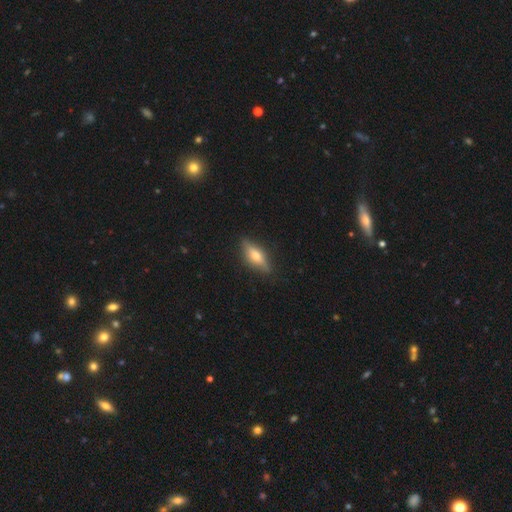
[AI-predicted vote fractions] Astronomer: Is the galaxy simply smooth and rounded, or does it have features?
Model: smooth — 51% (runner-up: featured or disk, 42%).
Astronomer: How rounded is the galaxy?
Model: in between — 58% (runner-up: cigar-shaped, 39%).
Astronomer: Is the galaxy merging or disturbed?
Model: none — 84%.